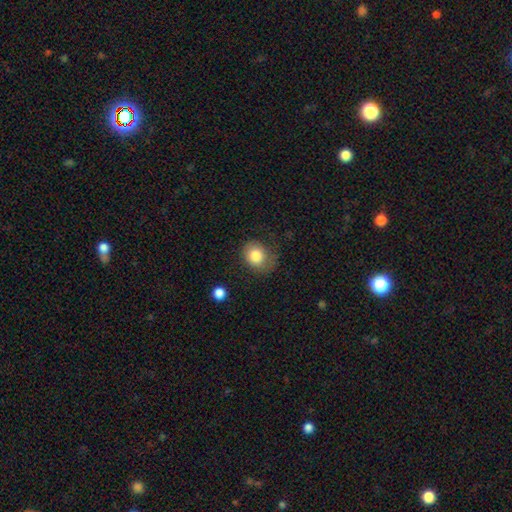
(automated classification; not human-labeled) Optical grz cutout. It shows a smooth galaxy with no disk features (81%) that is round (63%). Merging: none (60%).